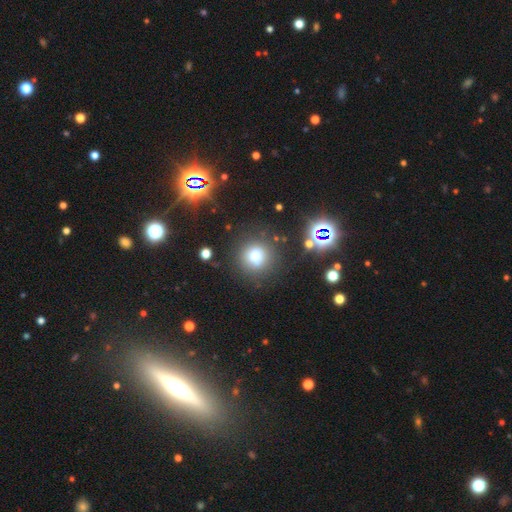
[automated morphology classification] Overall: smooth (72%). How rounded: round (89%). Merging: none (79%).